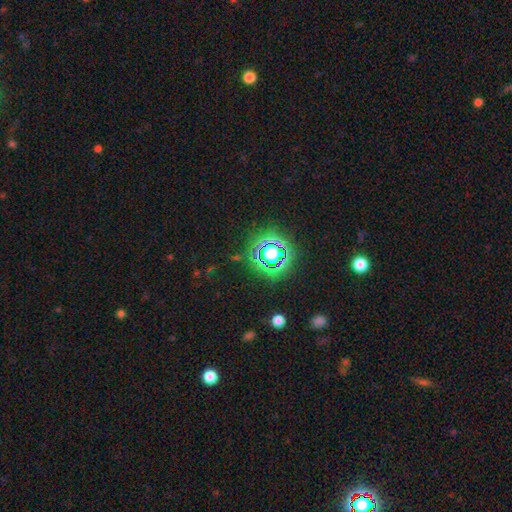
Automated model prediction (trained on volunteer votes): Smooth or featured? star or artifact (80%)